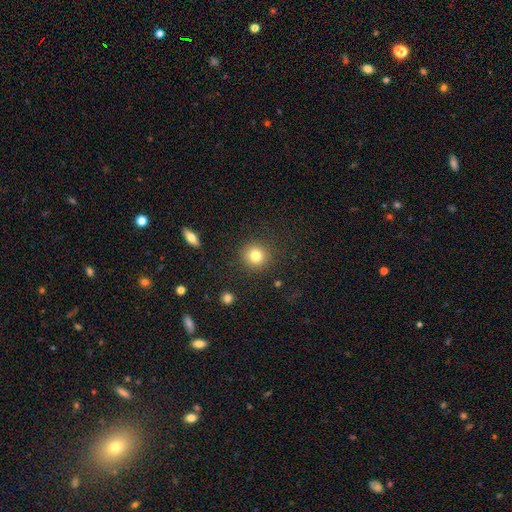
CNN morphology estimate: smooth_or_featured: smooth (p=0.81) [alt: star or artifact p=0.11]
how_rounded: round (p=0.92) [alt: in between p=0.07]
merging: none (p=0.89) [alt: minor disturbance p=0.06]